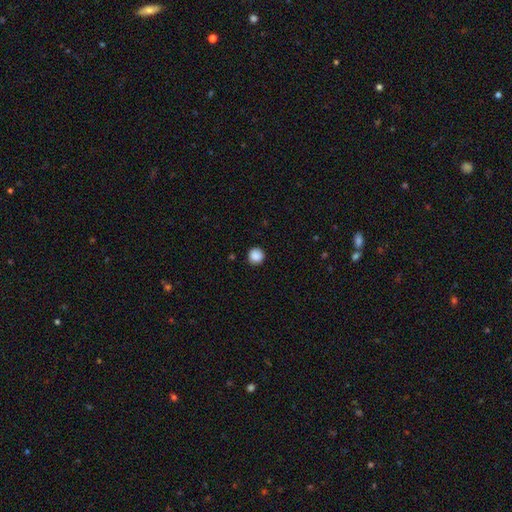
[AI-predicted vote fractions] smooth 88%, star or artifact 9%, featured or disk 2%. Down the decision tree: how rounded — round (95%); merging — none (92%).